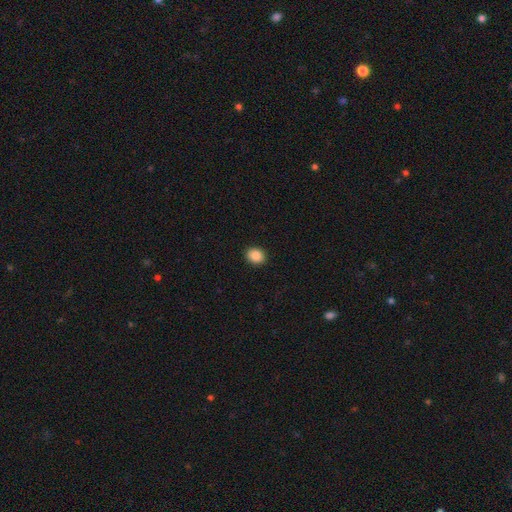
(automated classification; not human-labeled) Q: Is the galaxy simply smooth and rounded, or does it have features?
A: smooth — 87%.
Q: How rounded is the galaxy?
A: round — 54%.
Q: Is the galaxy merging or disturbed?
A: none — 92%.